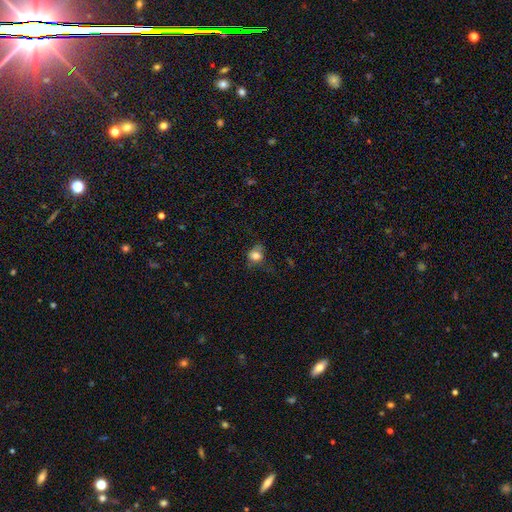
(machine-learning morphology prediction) A smooth galaxy with no disk features (77%) that is round (59%).

Vote fractions:
- Smooth or featured? smooth: 77% / featured or disk: 12% / star or artifact: 12%
- How rounded? round: 59% / in between: 40% / cigar-shaped: 1%
- Merging? none: 45% / minor disturbance: 31% / major disturbance: 22% / merger: 2%